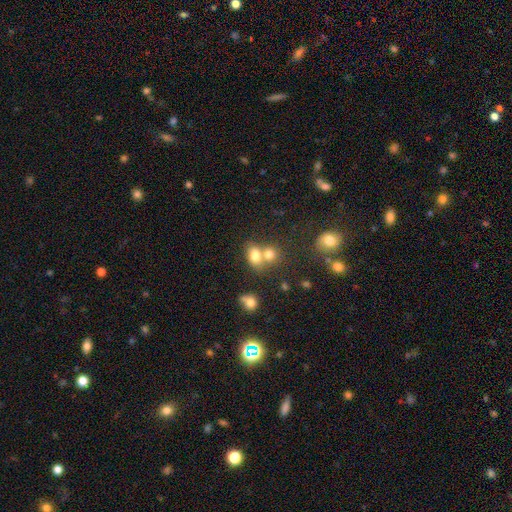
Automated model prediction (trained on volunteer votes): smooth-or-featured: smooth: 76% | star or artifact: 12% | featured or disk: 12%
  how-rounded: in between: 61% | round: 38% | cigar-shaped: 2%
  merging: merger: 51% | none: 35% | minor disturbance: 10% | major disturbance: 5%